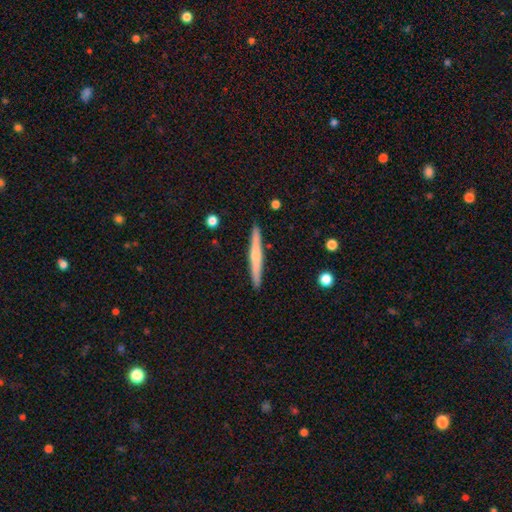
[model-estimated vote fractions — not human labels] A featured or disk galaxy (49%). Merging: none (92%).